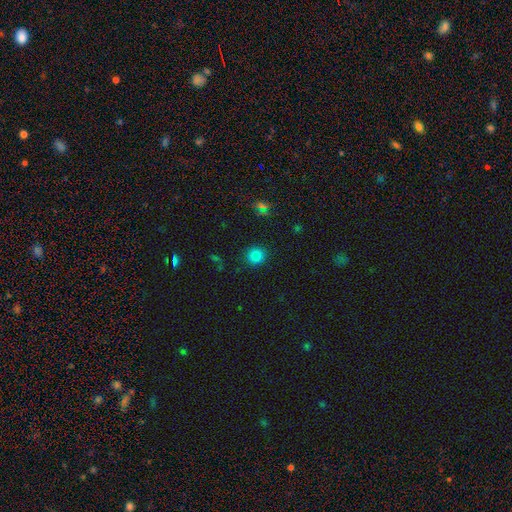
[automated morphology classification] A smooth galaxy with no disk features (82%) that is round (89%).

Vote fractions:
- Smooth or featured? smooth: 82% / star or artifact: 14% / featured or disk: 4%
- How rounded? round: 89% / in between: 10% / cigar-shaped: 1%
- Merging? none: 89% / minor disturbance: 7% / major disturbance: 3% / merger: 1%